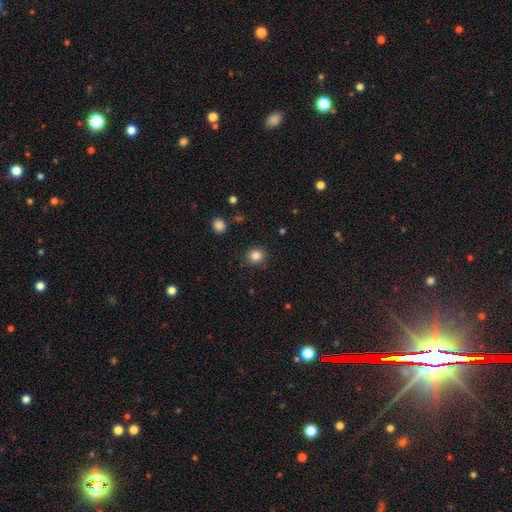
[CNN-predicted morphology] Overall: smooth (84%). How rounded: round (81%). Merging: none (90%).